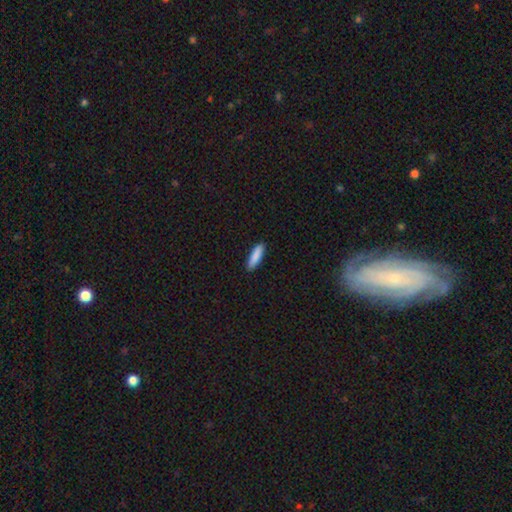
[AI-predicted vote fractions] A smooth galaxy with no disk features (88%) that is cigar-shaped (68%). Merging: none (90%).